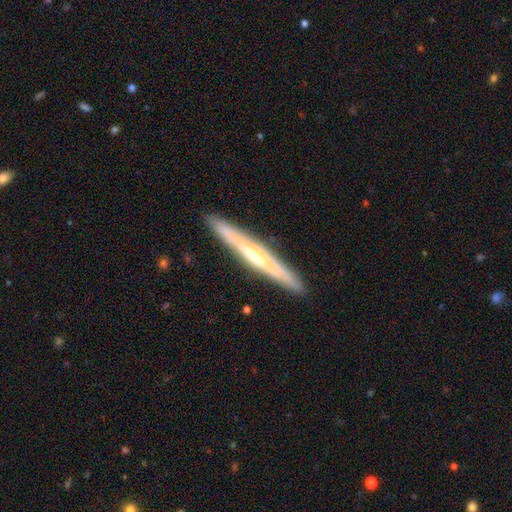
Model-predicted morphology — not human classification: Smooth or featured: featured or disk — 63% (smooth — 31%)
Edge-on disk: yes — 94% (no — 6%)
Edge-on bulge: none — 45% (rounded — 42%)
Merging: none — 90% (minor disturbance — 8%)